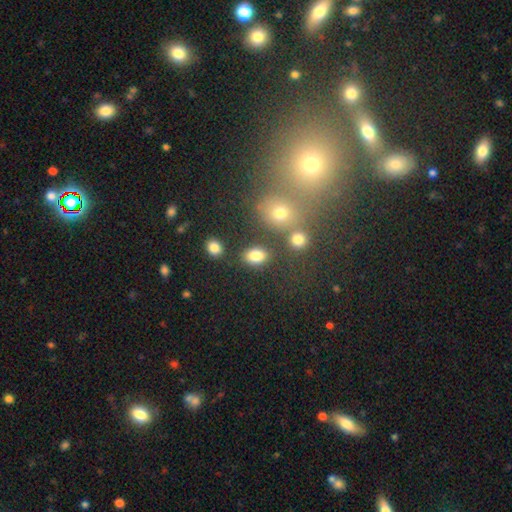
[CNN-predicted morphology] This appears to be a smooth galaxy with no disk features (83%) that is in between round and cigar-shaped (76%). Merging: none (78%).